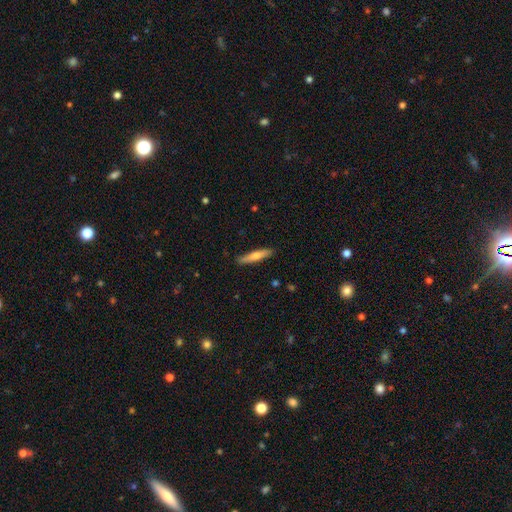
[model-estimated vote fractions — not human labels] A smooth galaxy with no disk features (62%) that is cigar-shaped (89%). Merging: none (89%).